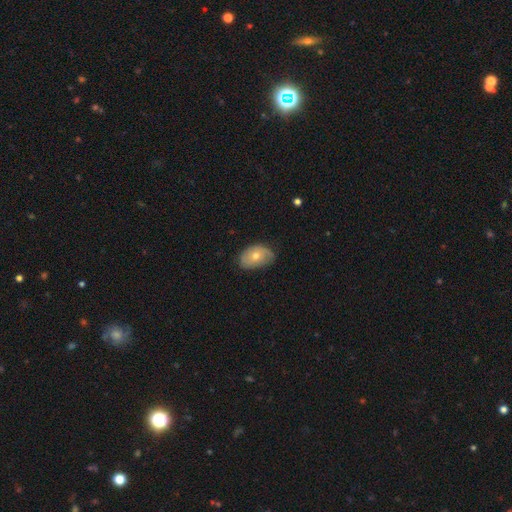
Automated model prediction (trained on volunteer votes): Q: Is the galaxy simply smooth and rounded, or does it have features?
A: smooth — 56%.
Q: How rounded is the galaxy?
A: in between — 83%.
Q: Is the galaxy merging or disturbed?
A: none — 68%.